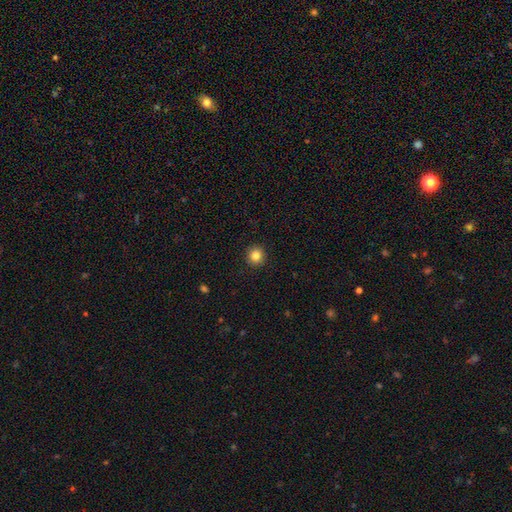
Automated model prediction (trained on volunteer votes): smooth_or_featured: smooth (p=0.85) [alt: star or artifact p=0.11]
how_rounded: round (p=0.94) [alt: in between p=0.05]
merging: none (p=0.92) [alt: minor disturbance p=0.05]